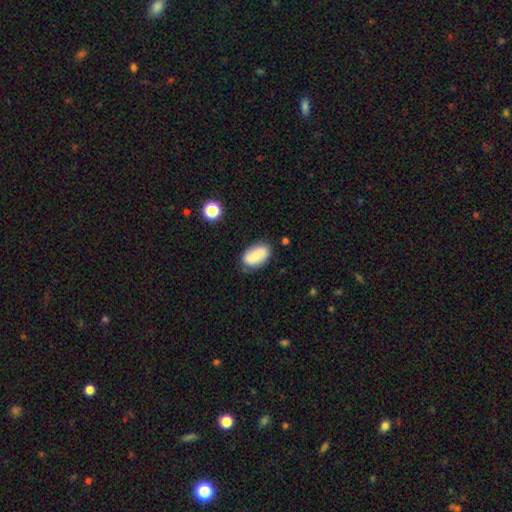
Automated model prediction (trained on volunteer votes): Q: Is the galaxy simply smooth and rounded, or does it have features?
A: smooth — 68%.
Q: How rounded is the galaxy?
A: in between — 91%.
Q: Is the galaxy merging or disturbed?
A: none — 77%.